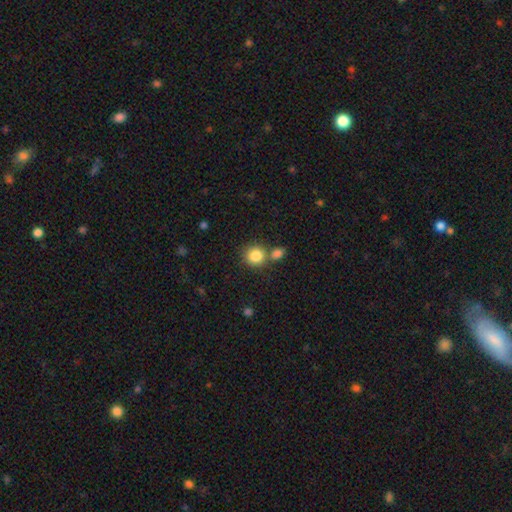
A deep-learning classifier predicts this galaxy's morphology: The model was most divided on "merging": none: 62%, merger: 26%, minor disturbance: 9%, major disturbance: 3%. More confident: how rounded — round (88%); smooth or featured — smooth (85%).